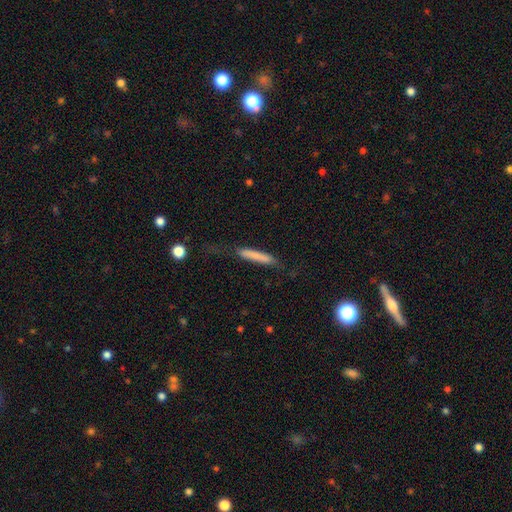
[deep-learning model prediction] A smooth galaxy with no disk features (71%) that is cigar-shaped (93%). Merging: none (61%).